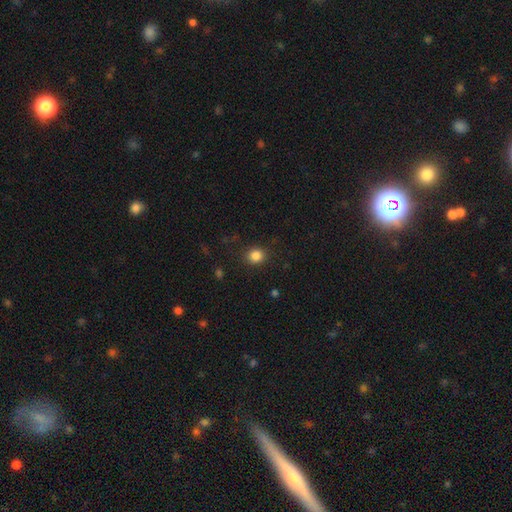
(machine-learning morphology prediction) Smooth or featured? Predicted: smooth (p=0.84). How rounded? Predicted: round (p=0.83). Merging? Predicted: none (p=0.88).